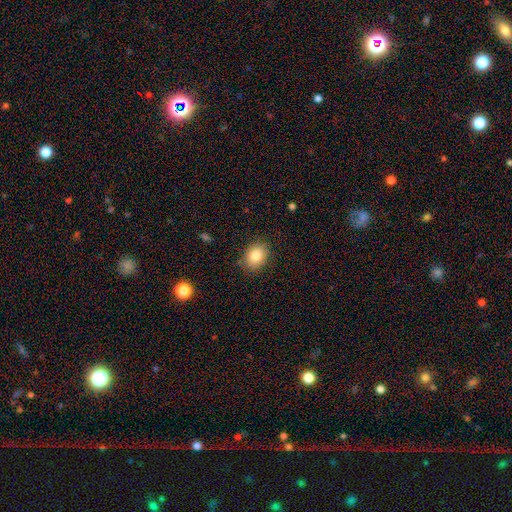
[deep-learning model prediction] smooth_or_featured: smooth (p=0.83) [alt: star or artifact p=0.09]
how_rounded: in between (p=0.61) [alt: round p=0.38]
merging: none (p=0.84) [alt: minor disturbance p=0.12]